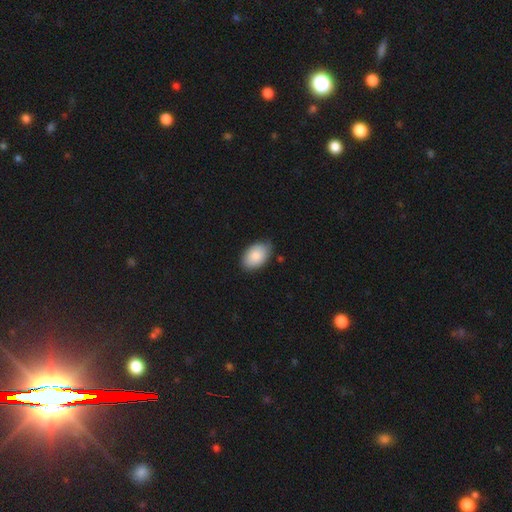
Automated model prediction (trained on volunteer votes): smooth 84%, featured or disk 9%, star or artifact 6%. Down the decision tree: how rounded — in between (91%); merging — none (76%).